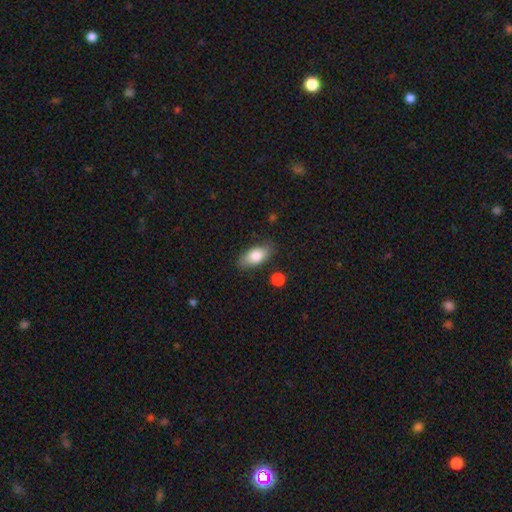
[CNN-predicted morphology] A smooth galaxy with no disk features (82%) that is in between round and cigar-shaped (87%).

Vote fractions:
- Smooth or featured? smooth: 82% / featured or disk: 12% / star or artifact: 7%
- How rounded? in between: 87% / cigar-shaped: 9% / round: 4%
- Merging? none: 79% / minor disturbance: 15% / major disturbance: 4% / merger: 2%